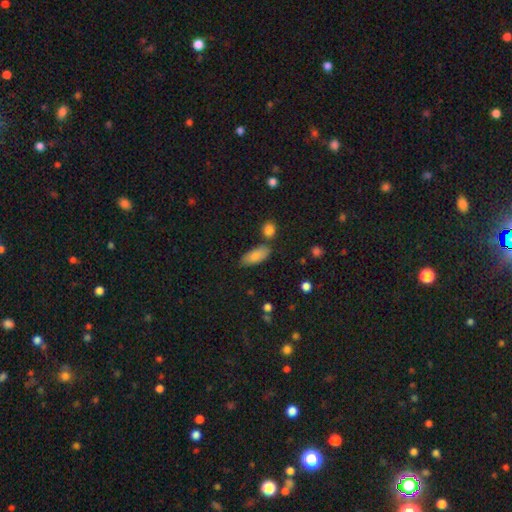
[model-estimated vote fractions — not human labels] This is clearly a smooth galaxy (85%). How rounded: clearly in between (83%). Merging: likely none (72%).